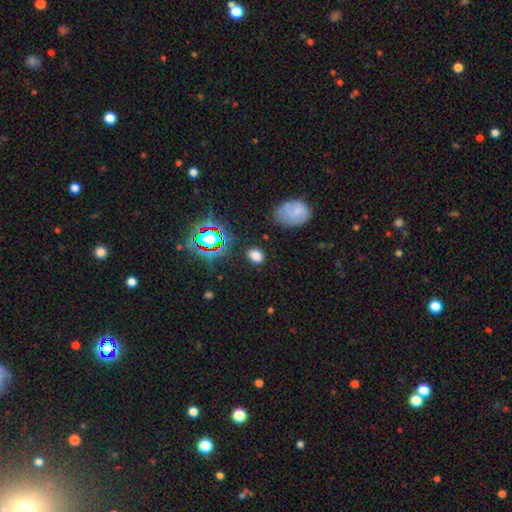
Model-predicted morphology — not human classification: smooth-or-featured: smooth: 74% | star or artifact: 18% | featured or disk: 8%
  how-rounded: in between: 67% | round: 31% | cigar-shaped: 2%
  merging: none: 83% | minor disturbance: 11% | major disturbance: 4% | merger: 2%